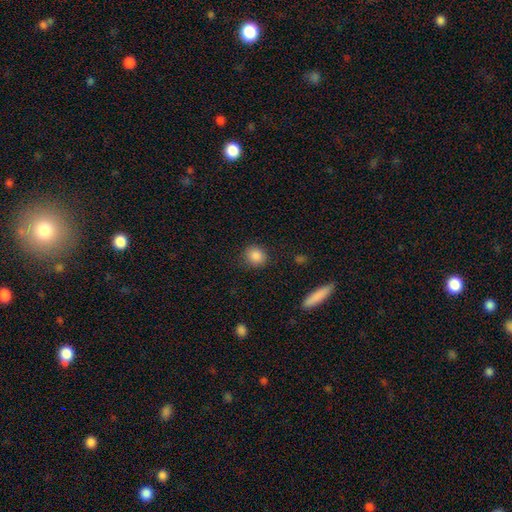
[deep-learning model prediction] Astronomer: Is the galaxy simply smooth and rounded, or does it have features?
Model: smooth — 86%.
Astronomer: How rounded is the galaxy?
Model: round — 82%.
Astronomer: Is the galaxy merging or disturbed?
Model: none — 86%.